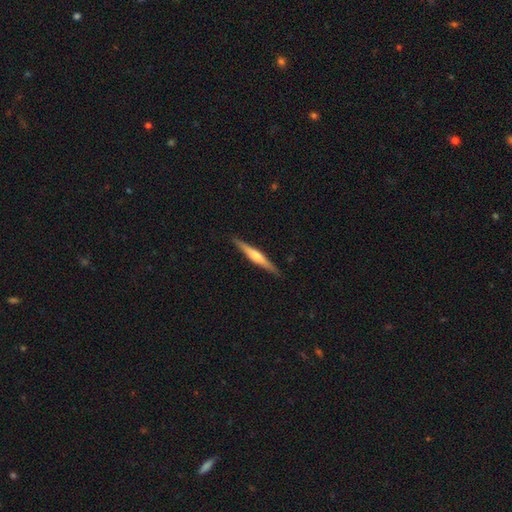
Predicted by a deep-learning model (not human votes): Smooth or featured? Predicted: featured or disk (p=0.63). Edge-on disk? Predicted: yes (p=0.98). Edge-on bulge? Predicted: rounded (p=0.68). Merging? Predicted: none (p=0.90).